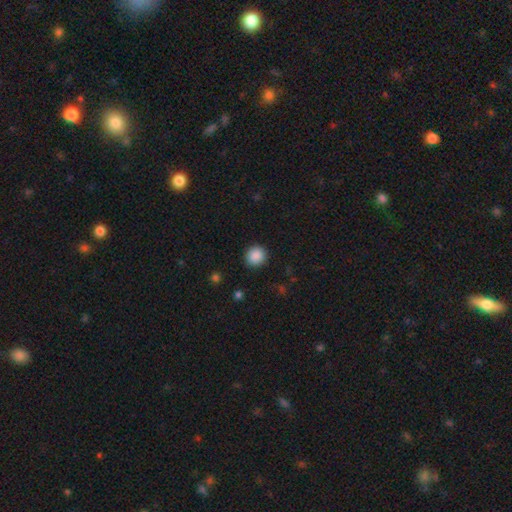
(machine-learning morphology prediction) type=smooth (88%); roundness=round (91%); merging=none (91%).